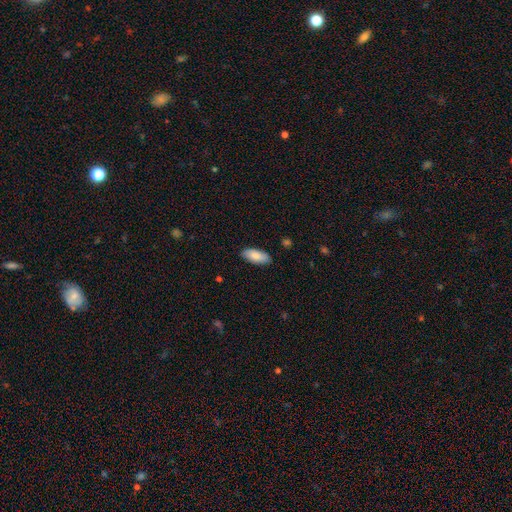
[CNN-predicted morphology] The model was most divided on "smooth or featured": smooth: 83%, featured or disk: 11%, star or artifact: 6%. More confident: how rounded — in between (87%); merging — none (86%).